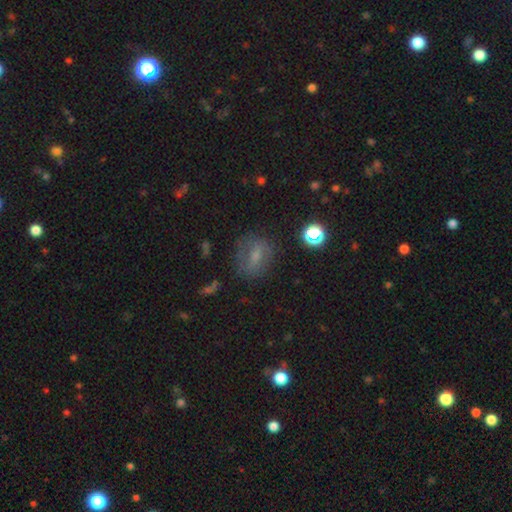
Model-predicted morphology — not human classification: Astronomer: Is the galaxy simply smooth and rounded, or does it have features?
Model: smooth — 53% (runner-up: featured or disk, 29%).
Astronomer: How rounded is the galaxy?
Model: round — 49% (runner-up: in between, 47%).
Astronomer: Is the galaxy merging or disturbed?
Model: none — 71%.